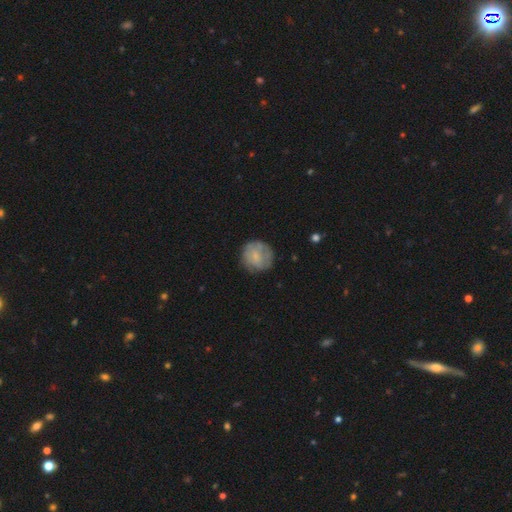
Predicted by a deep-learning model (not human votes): Smooth or featured? Predicted: smooth (p=0.63). How rounded? Predicted: round (p=0.90). Merging? Predicted: none (p=0.73).